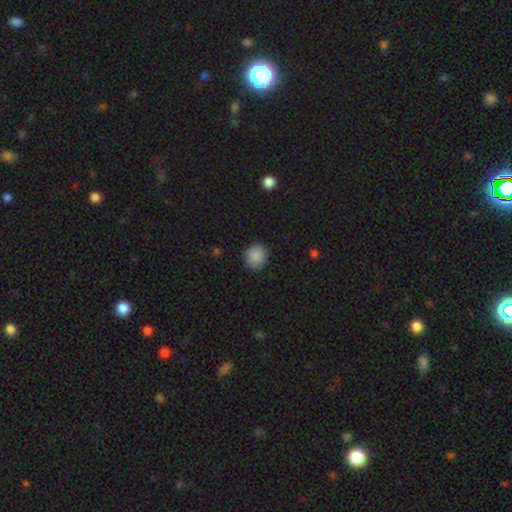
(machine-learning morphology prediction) The model was most divided on "how rounded": round: 79%, in between: 20%, cigar-shaped: 1%. More confident: smooth or featured — smooth (88%); merging — none (87%).